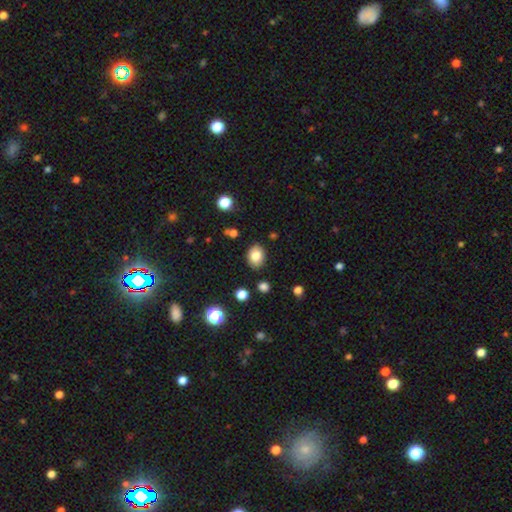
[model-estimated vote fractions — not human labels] The model was most divided on "how rounded": in between: 62%, round: 37%, cigar-shaped: 1%. More confident: merging — none (86%); smooth or featured — smooth (81%).